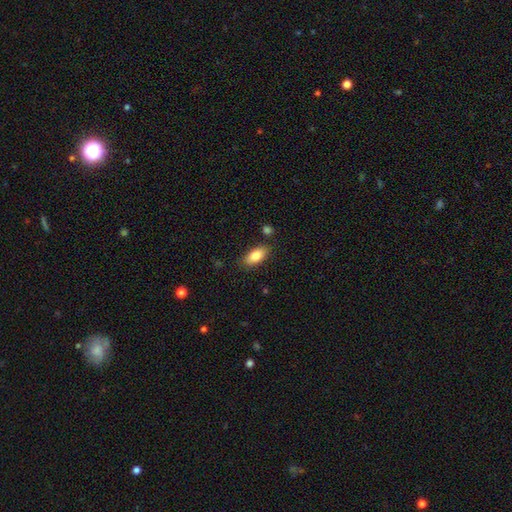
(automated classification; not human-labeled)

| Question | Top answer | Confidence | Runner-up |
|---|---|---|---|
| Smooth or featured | smooth | 82% | featured or disk (11%) |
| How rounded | in between | 90% | cigar-shaped (7%) |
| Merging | none | 83% | minor disturbance (11%) |